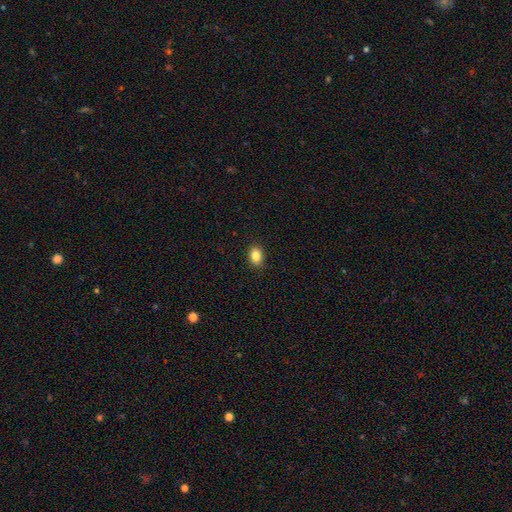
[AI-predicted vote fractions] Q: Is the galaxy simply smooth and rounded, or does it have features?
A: smooth — 84%.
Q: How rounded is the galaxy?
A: in between — 64%.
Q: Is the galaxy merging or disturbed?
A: none — 88%.